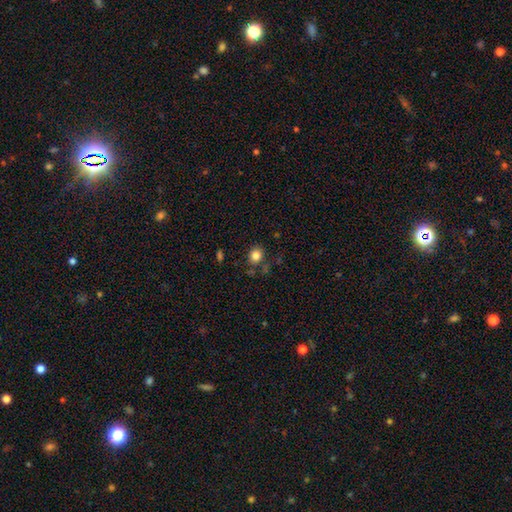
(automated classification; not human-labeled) smooth 83%, star or artifact 11%, featured or disk 6%. Down the decision tree: how rounded — round (75%); merging — none (79%).